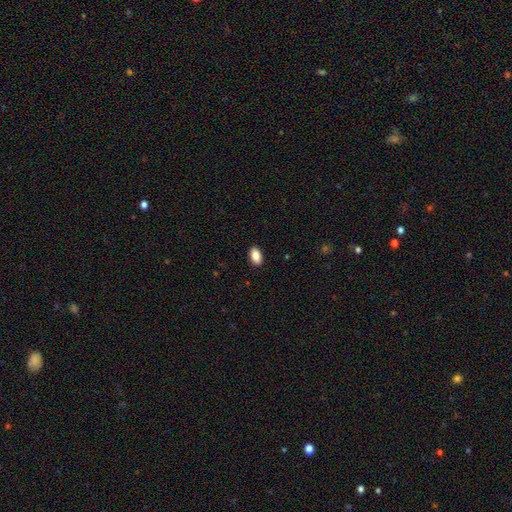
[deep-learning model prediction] This is clearly a smooth galaxy (86%). How rounded: clearly in between (92%). Merging: clearly none (90%).